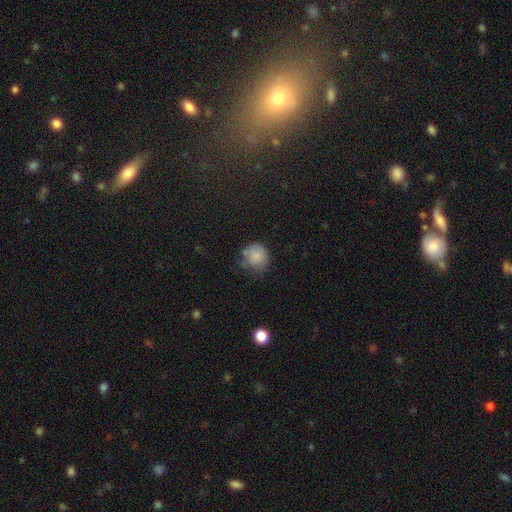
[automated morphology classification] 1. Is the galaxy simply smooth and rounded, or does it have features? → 81% smooth, 10% star or artifact, 9% featured or disk.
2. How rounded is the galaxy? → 85% round, 14% in between, 1% cigar-shaped.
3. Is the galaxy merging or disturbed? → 49% none, 33% minor disturbance, 13% major disturbance, 5% merger.